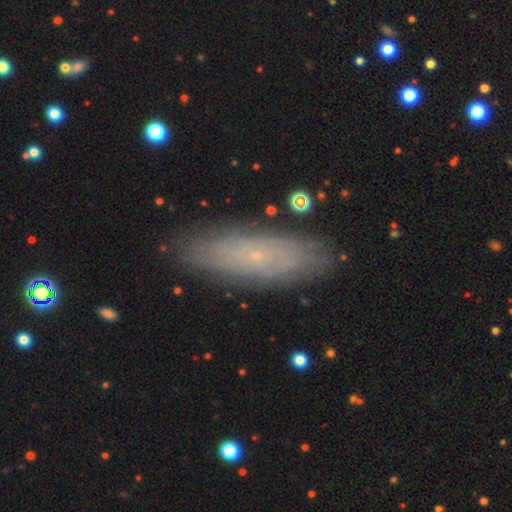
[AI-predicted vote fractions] Smooth or featured?
  - featured or disk: 50% *
  - smooth: 41%
  - star or artifact: 9%
Merging?
  - none: 86% *
  - minor disturbance: 10%
  - major disturbance: 2%
  - merger: 1%